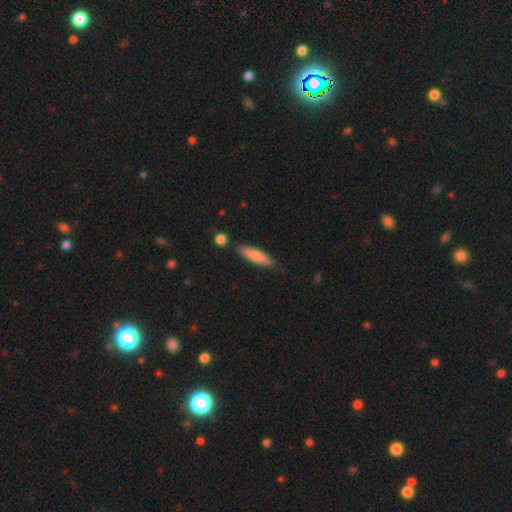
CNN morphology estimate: A smooth galaxy with no disk features (80%) that is cigar-shaped (77%). Merging: none (82%).